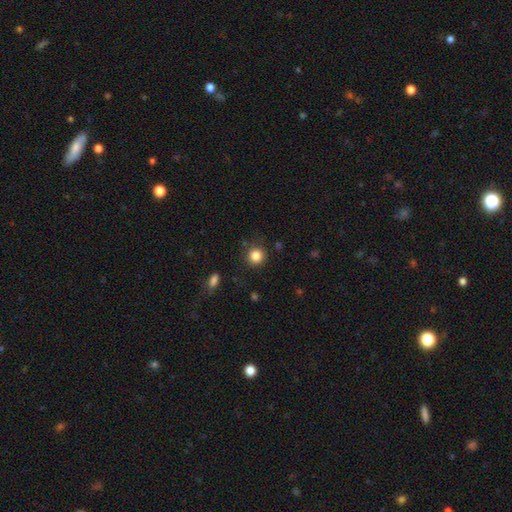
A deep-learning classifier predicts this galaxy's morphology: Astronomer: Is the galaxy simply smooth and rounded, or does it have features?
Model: smooth — 85%.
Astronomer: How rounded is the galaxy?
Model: round — 92%.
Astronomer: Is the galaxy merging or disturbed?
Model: none — 85%.